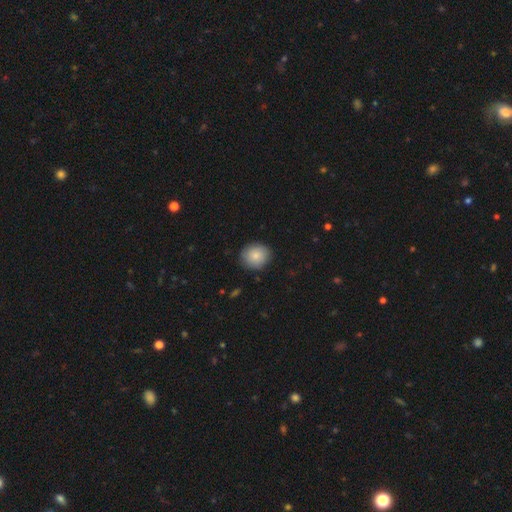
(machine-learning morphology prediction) The model was most divided on "how rounded": round: 77%, in between: 22%, cigar-shaped: 1%. More confident: merging — none (87%); smooth or featured — smooth (85%).